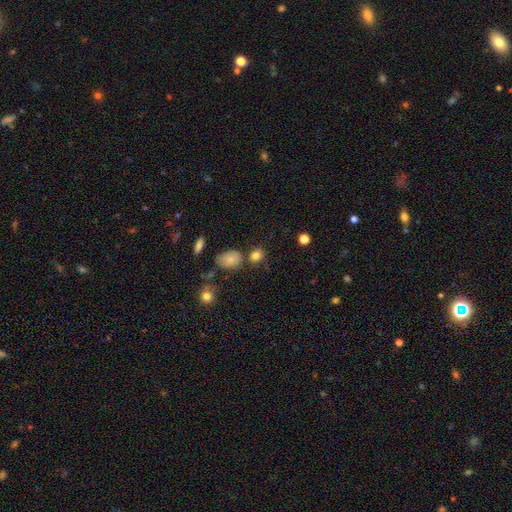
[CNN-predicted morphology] Overall: smooth (82%). How rounded: round (64%; in between 34%). Merging: none (70%).